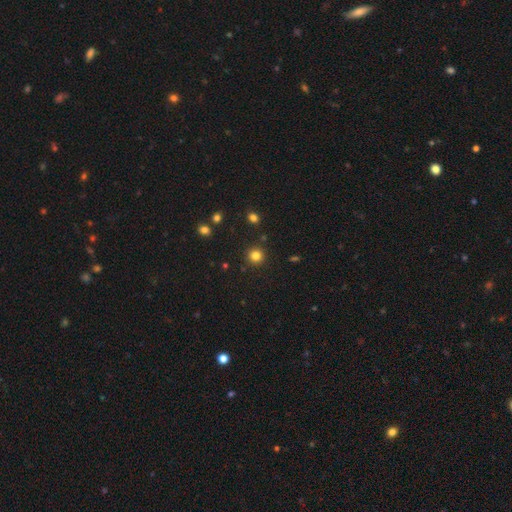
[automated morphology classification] The model was most divided on "smooth or featured": smooth: 81%, star or artifact: 13%, featured or disk: 5%. More confident: how rounded — round (94%); merging — none (90%).